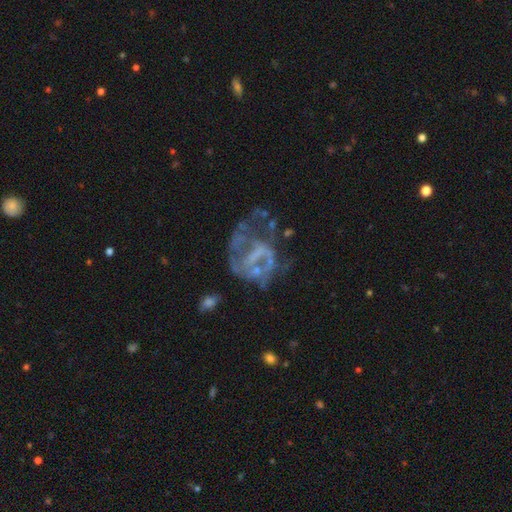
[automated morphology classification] featured or disk 71%, smooth 15%, star or artifact 14%. Down the decision tree: edge-on disk — no (97%); bar — no (52%); spiral arms — no (60%); bulge size — none (60%); merging — major disturbance (42%).